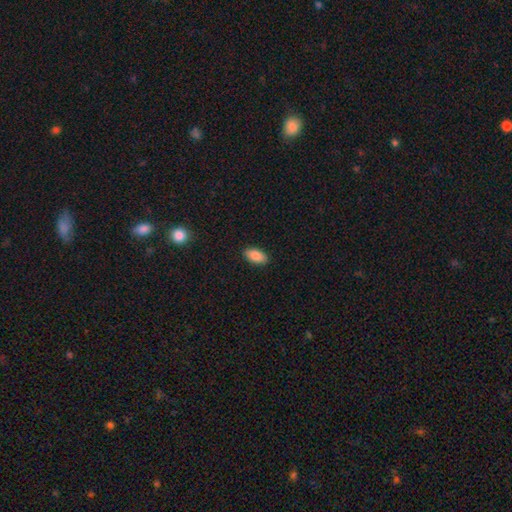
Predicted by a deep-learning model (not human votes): This is clearly a smooth galaxy (88%). How rounded: clearly in between (93%). Merging: clearly none (90%).